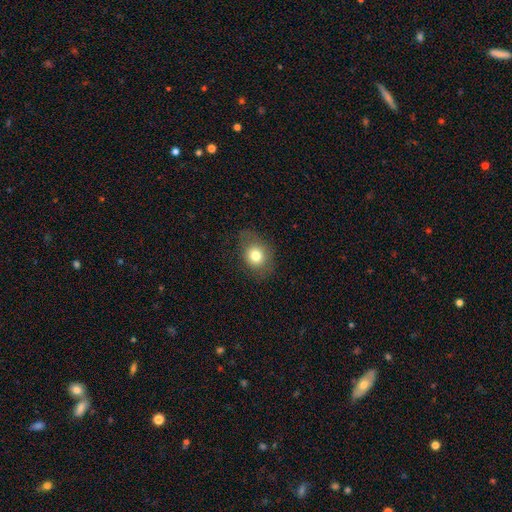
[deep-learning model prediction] A smooth galaxy with no disk features (76%) that is round (53%). Merging: none (70%).